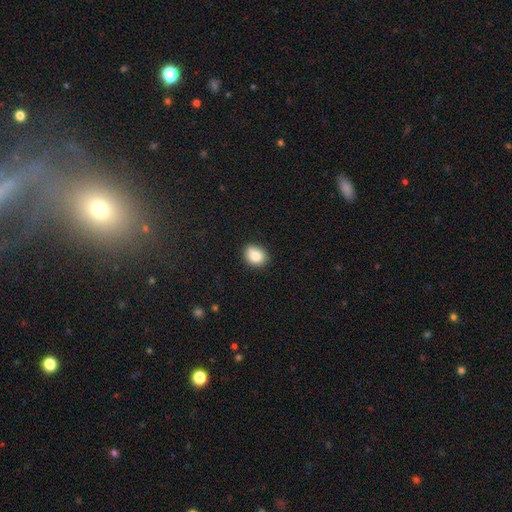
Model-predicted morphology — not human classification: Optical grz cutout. It shows a smooth galaxy with no disk features (84%) that is round (56%). Merging: none (82%).